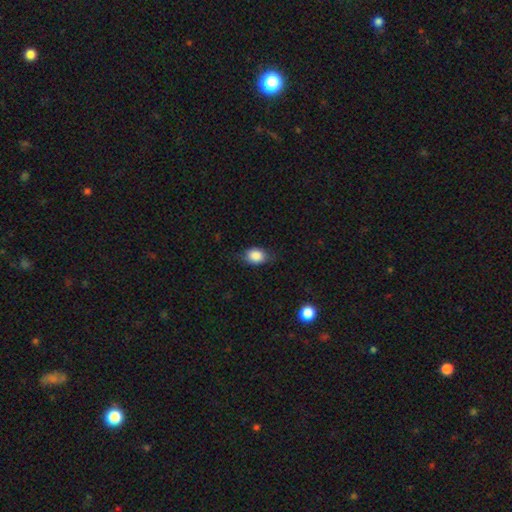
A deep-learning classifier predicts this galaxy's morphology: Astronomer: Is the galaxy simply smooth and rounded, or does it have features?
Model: smooth — 85%.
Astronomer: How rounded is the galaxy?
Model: in between — 67%.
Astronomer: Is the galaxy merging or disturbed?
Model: none — 71%.